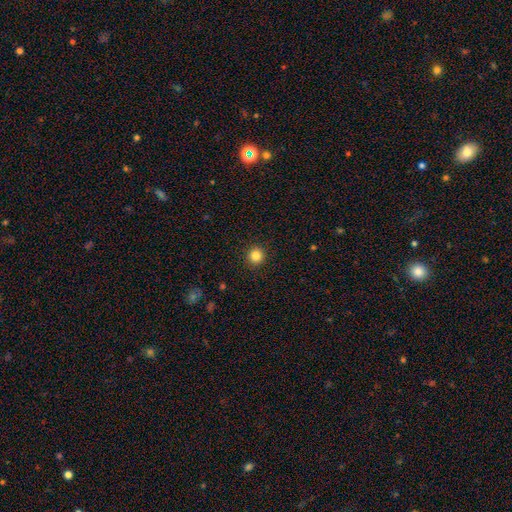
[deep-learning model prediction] smooth-or-featured: smooth: 85% | star or artifact: 11% | featured or disk: 4%
  how-rounded: round: 93% | in between: 6% | cigar-shaped: 1%
  merging: none: 92% | minor disturbance: 5% | major disturbance: 2% | merger: 1%